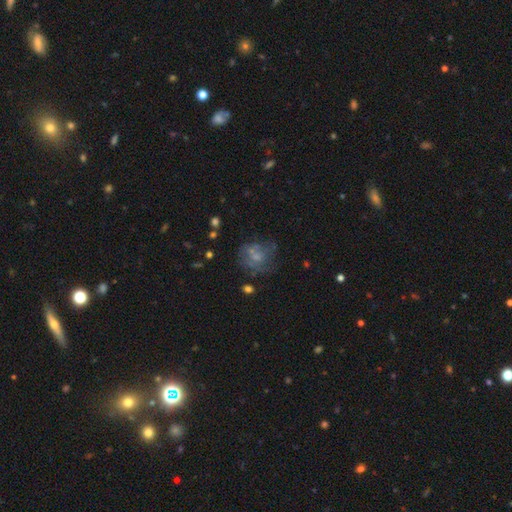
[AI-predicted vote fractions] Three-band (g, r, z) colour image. It shows a smooth galaxy with no disk features (46%). Merging: none (44%).